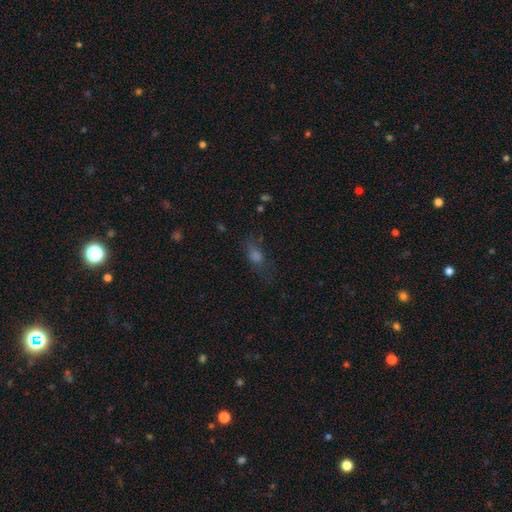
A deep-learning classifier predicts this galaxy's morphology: A smooth galaxy with no disk features (51%) that is in between round and cigar-shaped (58%). Merging: none (67%).